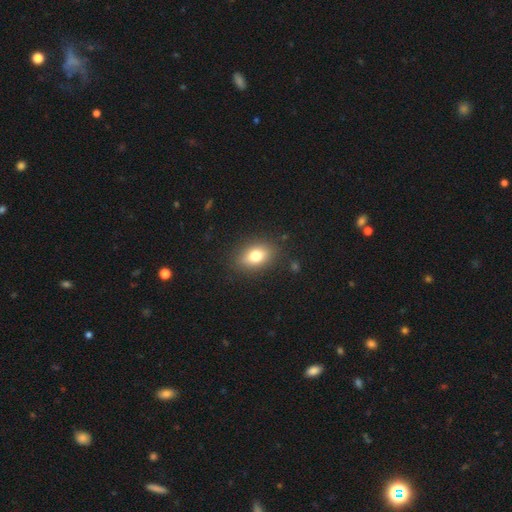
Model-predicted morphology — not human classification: smooth 75%, featured or disk 15%, star or artifact 10%. Down the decision tree: how rounded — in between (76%); merging — none (86%).